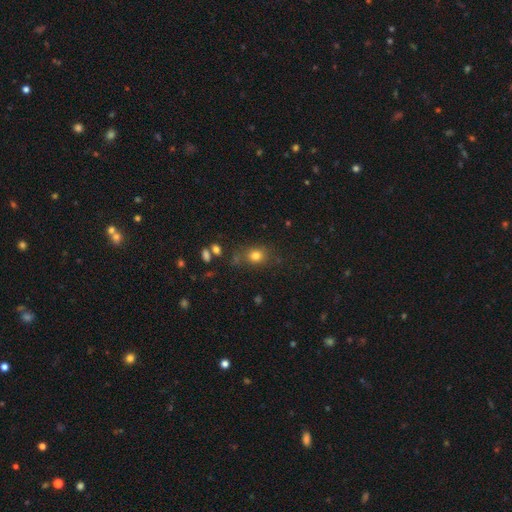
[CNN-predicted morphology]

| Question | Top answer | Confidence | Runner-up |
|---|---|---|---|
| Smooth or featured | smooth | 79% | star or artifact (13%) |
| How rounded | round | 58% | in between (40%) |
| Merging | none | 73% | minor disturbance (15%) |